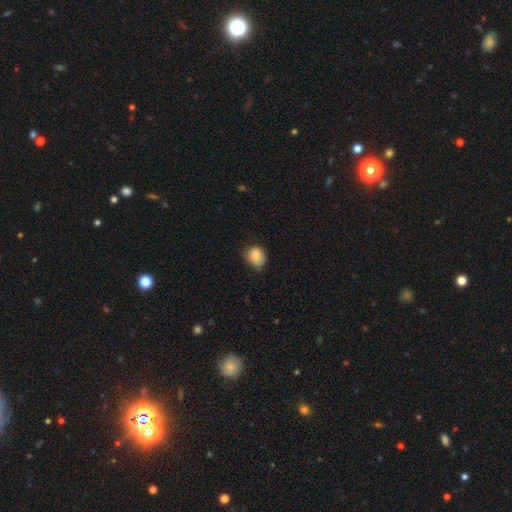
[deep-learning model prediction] Overall: smooth (83%). How rounded: in between (51%; round 48%). Merging: none (56%; minor disturbance 34%).